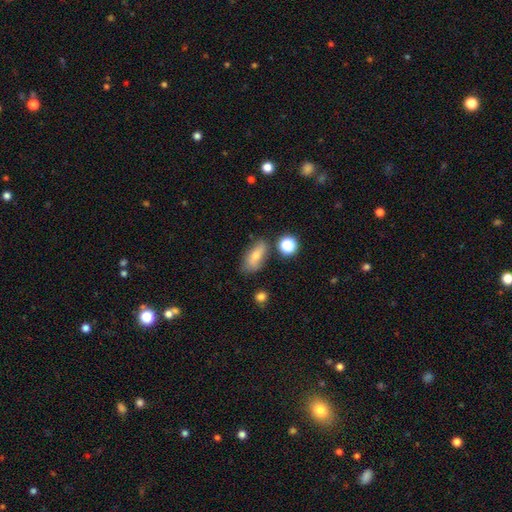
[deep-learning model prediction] smooth-or-featured: smooth: 69% | featured or disk: 20% | star or artifact: 10%
  how-rounded: in between: 79% | cigar-shaped: 13% | round: 8%
  merging: none: 64% | minor disturbance: 22% | merger: 7% | major disturbance: 7%